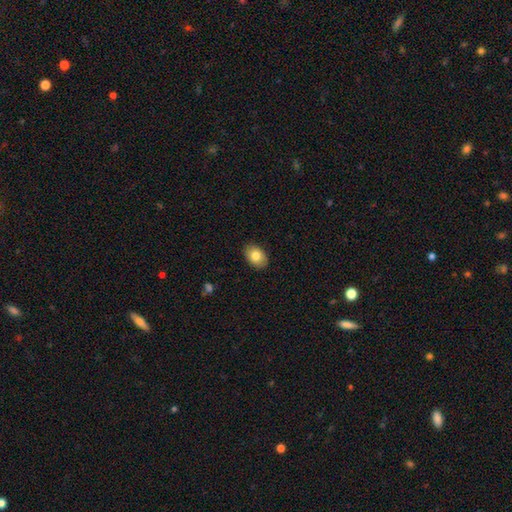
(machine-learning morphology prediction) A smooth galaxy with no disk features (82%) that is in between round and cigar-shaped (81%). Merging: none (88%).